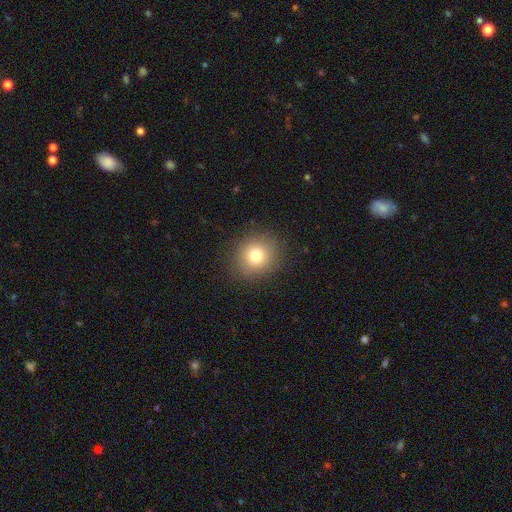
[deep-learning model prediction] smooth 79%, star or artifact 12%, featured or disk 9%. Down the decision tree: how rounded — round (83%); merging — none (87%).